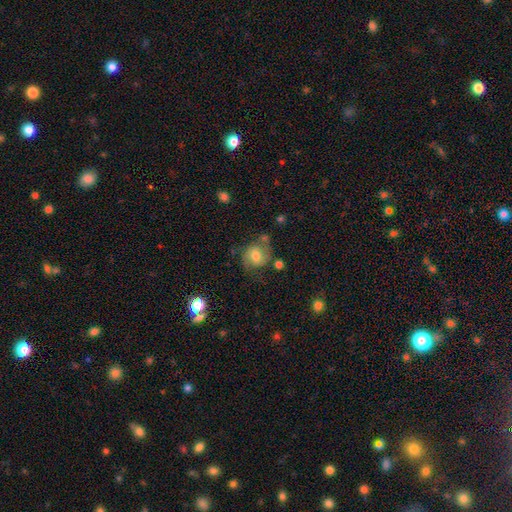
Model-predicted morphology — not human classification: Q: Smooth or featured?
A: smooth (47%); runner-up: featured or disk (42%)
Q: Merging?
A: none (60%); runner-up: minor disturbance (21%)